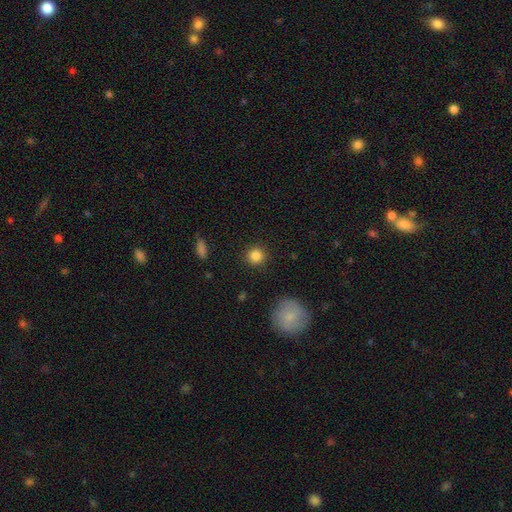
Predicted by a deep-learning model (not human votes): Q: Smooth or featured?
A: smooth (85%); runner-up: star or artifact (10%)
Q: How rounded?
A: round (93%); runner-up: in between (6%)
Q: Merging?
A: none (91%); runner-up: minor disturbance (6%)